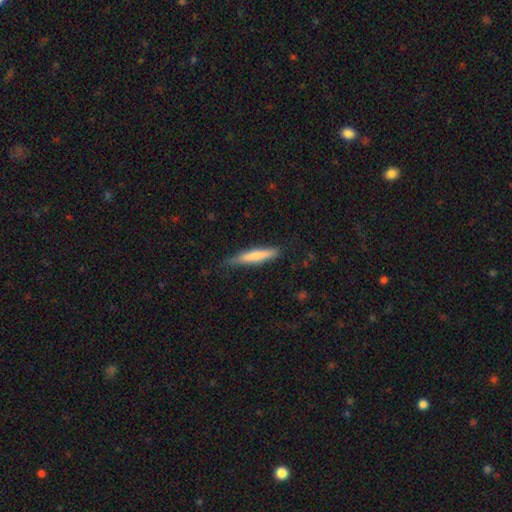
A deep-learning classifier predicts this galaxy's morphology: This is likely a smooth galaxy (72%). How rounded: clearly cigar-shaped (92%). Merging: likely none (79%).